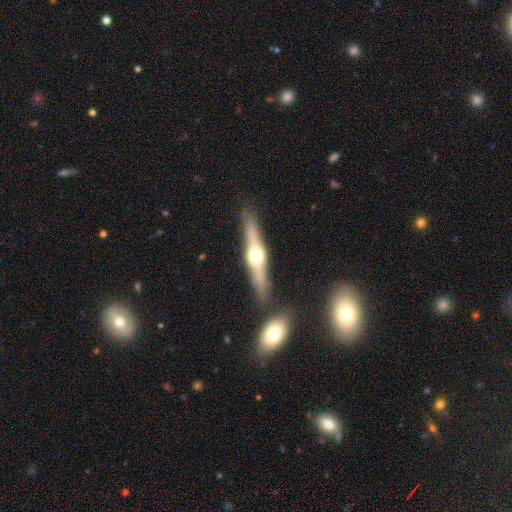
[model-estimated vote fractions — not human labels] Smooth or featured? Predicted: featured or disk (p=0.75). Edge-on disk? Predicted: yes (p=0.97). Edge-on bulge? Predicted: rounded (p=0.94). Merging? Predicted: none (p=0.83).